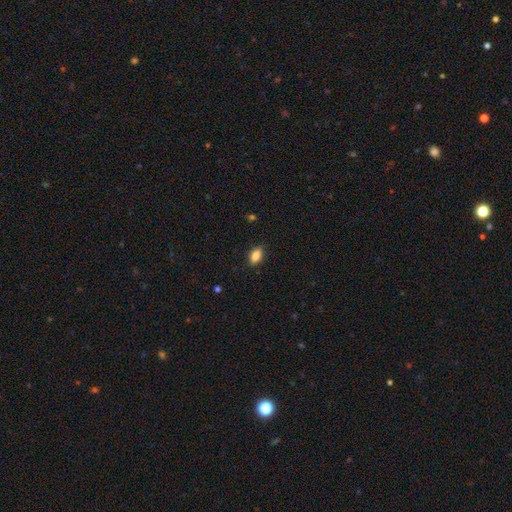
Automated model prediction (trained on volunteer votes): Smooth or featured? smooth (86%)
How rounded? in between (88%)
Merging? none (83%)